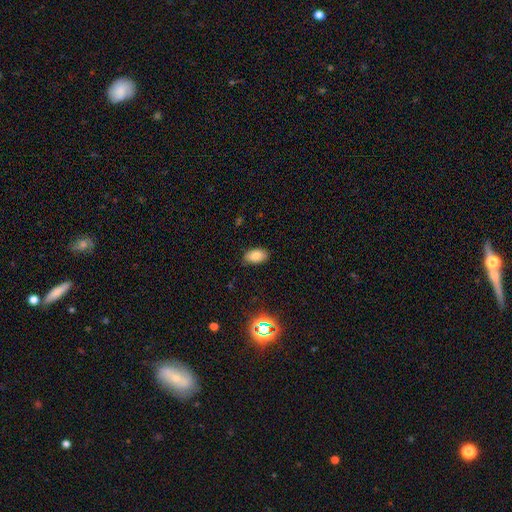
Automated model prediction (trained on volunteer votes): smooth-or-featured: smooth: 83% | star or artifact: 10% | featured or disk: 7%
  how-rounded: in between: 93% | round: 5% | cigar-shaped: 2%
  merging: none: 86% | minor disturbance: 11% | major disturbance: 2% | merger: 1%